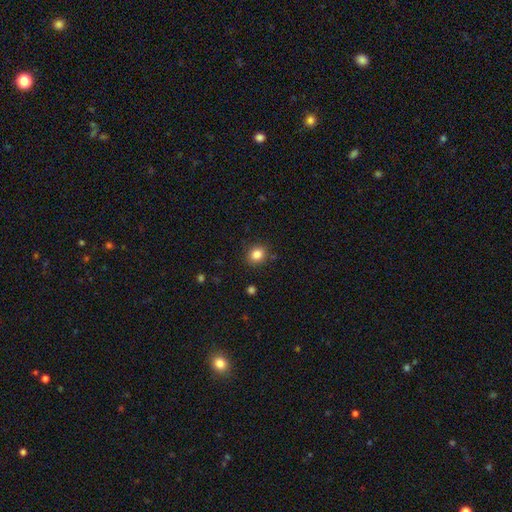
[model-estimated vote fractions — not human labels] Smooth or featured: smooth — 84% (star or artifact — 11%)
How rounded: round — 75% (in between — 24%)
Merging: none — 87% (minor disturbance — 9%)